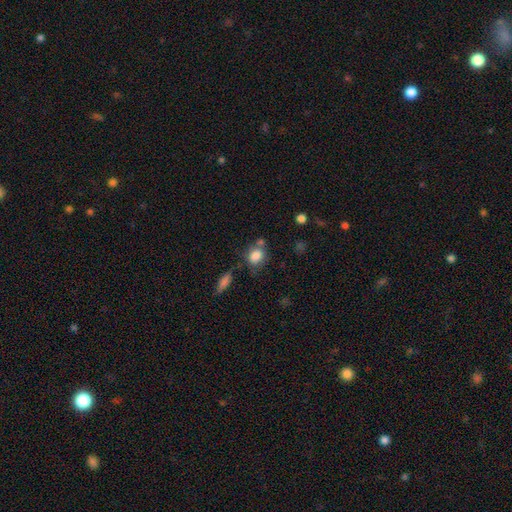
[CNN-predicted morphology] smooth 82%, star or artifact 10%, featured or disk 8%. Down the decision tree: how rounded — in between (54%); merging — none (57%).